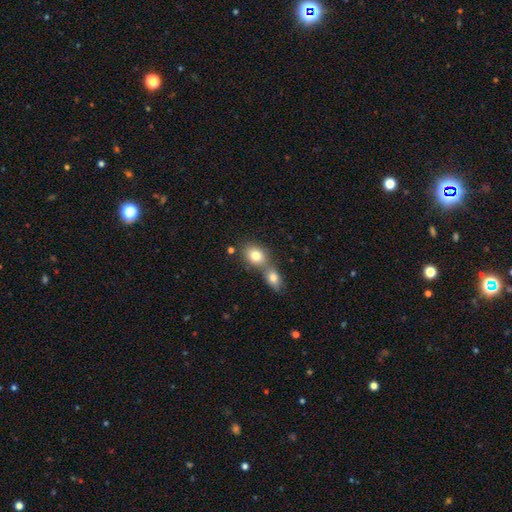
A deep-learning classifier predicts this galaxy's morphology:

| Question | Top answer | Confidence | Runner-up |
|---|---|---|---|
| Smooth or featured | smooth | 80% | featured or disk (11%) |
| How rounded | in between | 63% | round (36%) |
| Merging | merger | 53% | none (37%) |